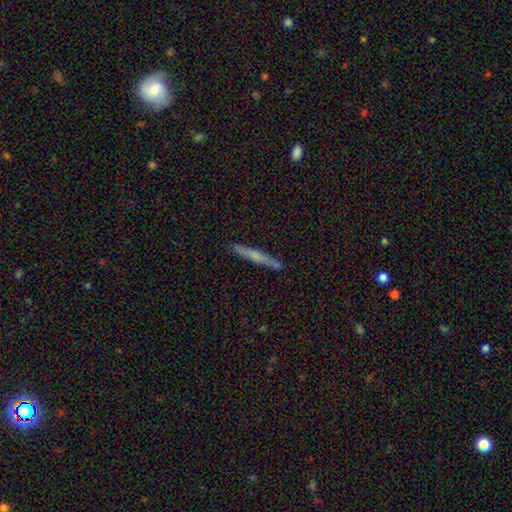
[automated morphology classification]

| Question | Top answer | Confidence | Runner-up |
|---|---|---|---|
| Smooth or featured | featured or disk | 49% | smooth (44%) |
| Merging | none | 88% | minor disturbance (8%) |